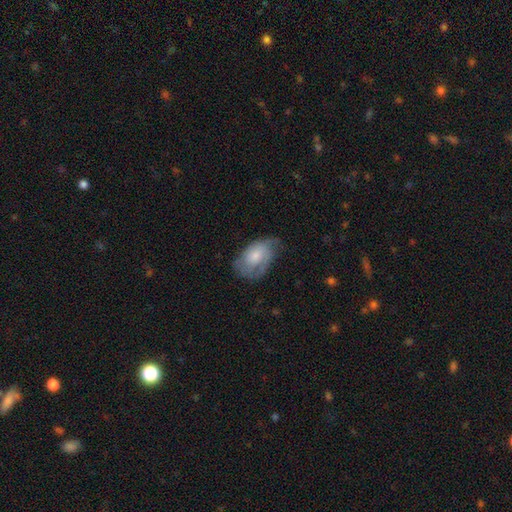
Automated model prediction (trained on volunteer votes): featured or disk 48%, smooth 45%, star or artifact 7%. Down the decision tree: merging — none (49%).